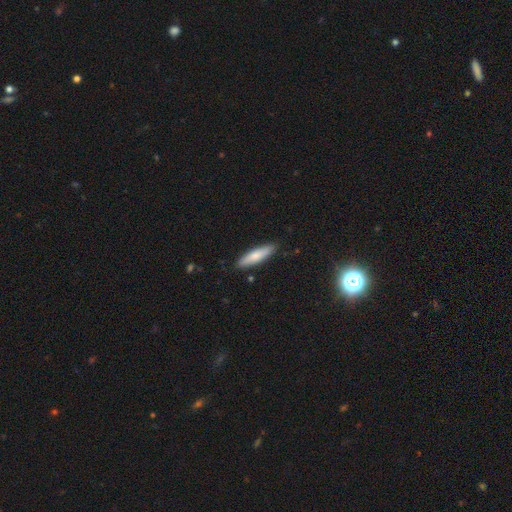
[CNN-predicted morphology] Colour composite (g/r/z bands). It shows a smooth galaxy with no disk features (75%) that is cigar-shaped (73%). Merging: none (87%).